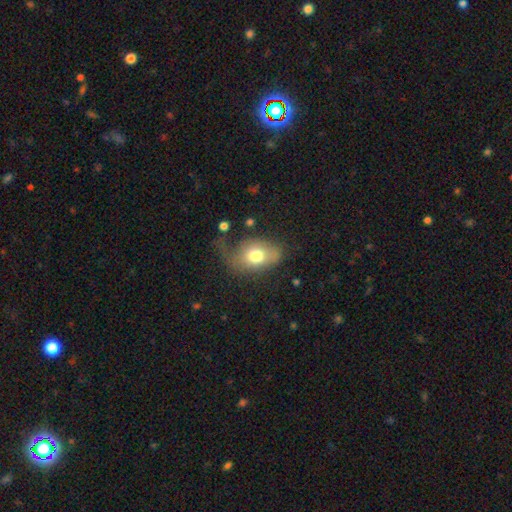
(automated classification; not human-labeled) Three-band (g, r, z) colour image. It shows a smooth galaxy with no disk features (71%) that is in between round and cigar-shaped (76%). Merging: none (39%).